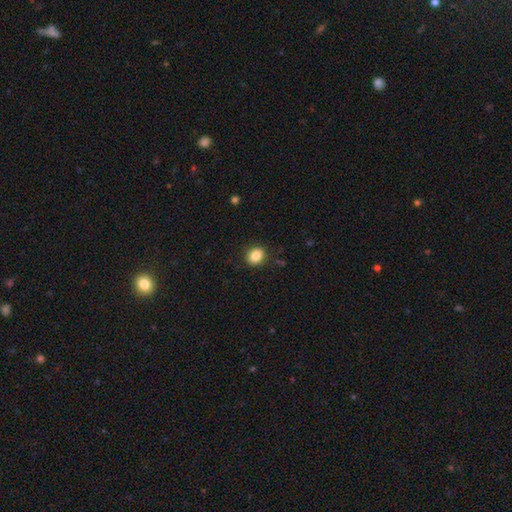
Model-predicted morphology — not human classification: type=smooth (86%); roundness=round (60%); merging=none (89%).